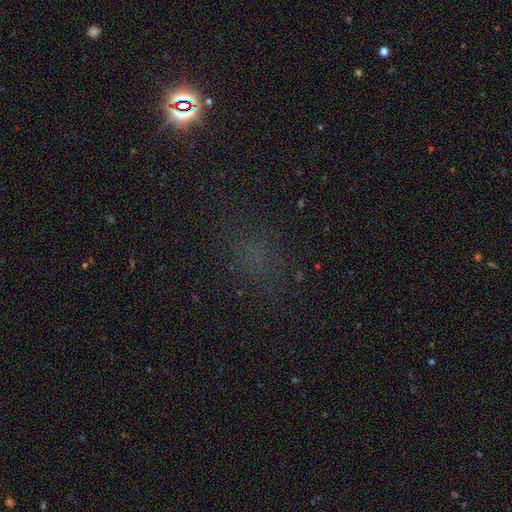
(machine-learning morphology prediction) The model was most divided on "smooth or featured": star or artifact: 48%, smooth: 41%, featured or disk: 11%.